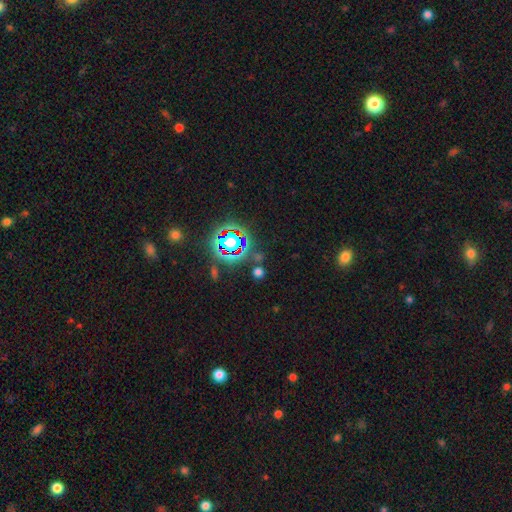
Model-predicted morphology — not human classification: The model was most divided on "smooth or featured": star or artifact: 71%, smooth: 18%, featured or disk: 11%.